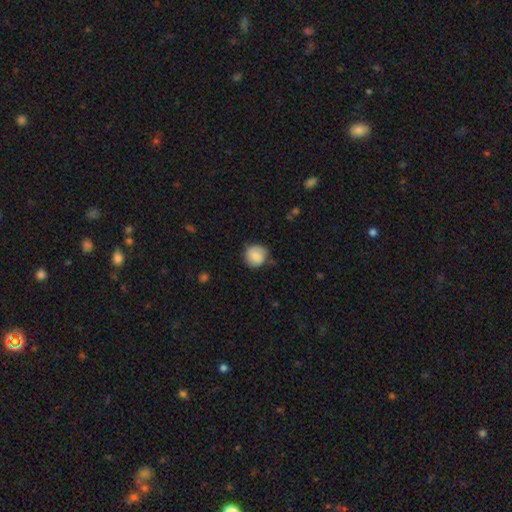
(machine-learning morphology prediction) smooth_or_featured: smooth (p=0.83) [alt: featured or disk p=0.10]
how_rounded: round (p=0.89) [alt: in between p=0.10]
merging: none (p=0.71) [alt: minor disturbance p=0.22]